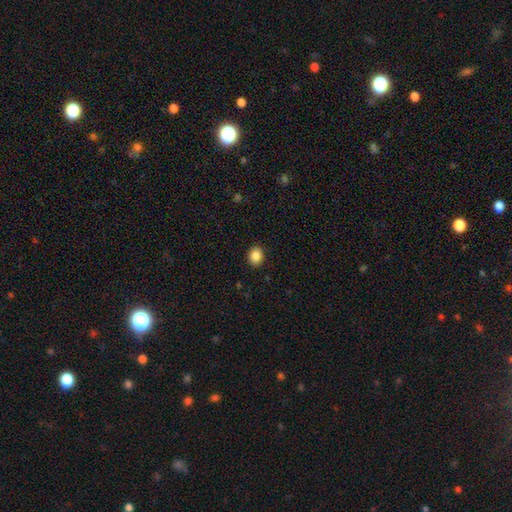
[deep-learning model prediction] smooth-or-featured: smooth: 86% | star or artifact: 10% | featured or disk: 4%
  how-rounded: round: 60% | in between: 40% | cigar-shaped: 1%
  merging: none: 91% | minor disturbance: 6% | major disturbance: 2% | merger: 1%